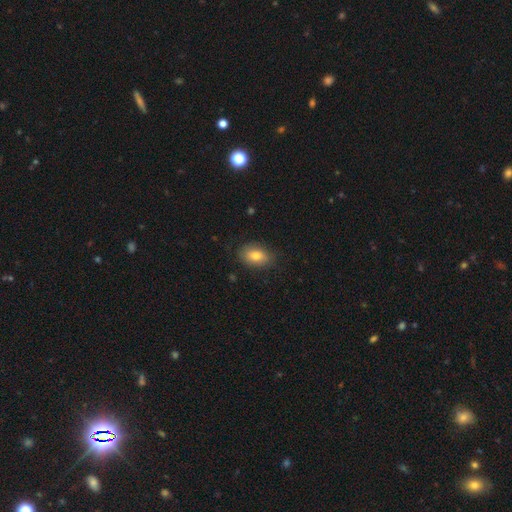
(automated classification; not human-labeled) Q: Smooth or featured?
A: smooth (80%); runner-up: featured or disk (13%)
Q: How rounded?
A: in between (85%); runner-up: round (13%)
Q: Merging?
A: none (81%); runner-up: minor disturbance (15%)